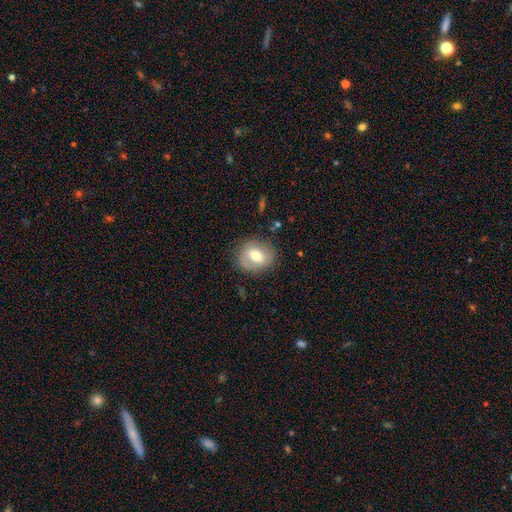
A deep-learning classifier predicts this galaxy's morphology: Overall: smooth (58%; featured or disk 34%). How rounded: round (63%; in between 35%). Merging: none (81%).